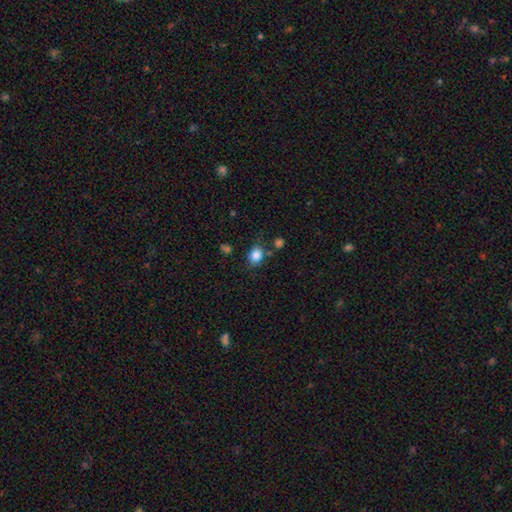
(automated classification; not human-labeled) The model was most divided on "how rounded": round: 52%, in between: 47%, cigar-shaped: 1%. More confident: smooth or featured — smooth (85%); merging — none (73%).